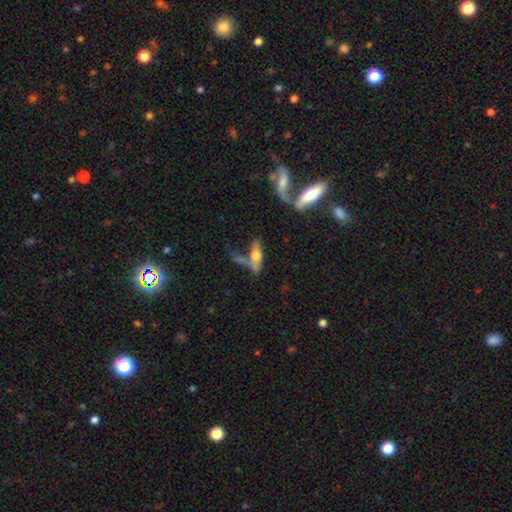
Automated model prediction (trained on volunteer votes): A smooth galaxy with no disk features (52%) that is in between round and cigar-shaped (51%).

Vote fractions:
- Smooth or featured? smooth: 52% / featured or disk: 40% / star or artifact: 8%
- How rounded? in between: 51% / cigar-shaped: 45% / round: 4%
- Merging? none: 34% / merger: 33% / major disturbance: 17% / minor disturbance: 16%